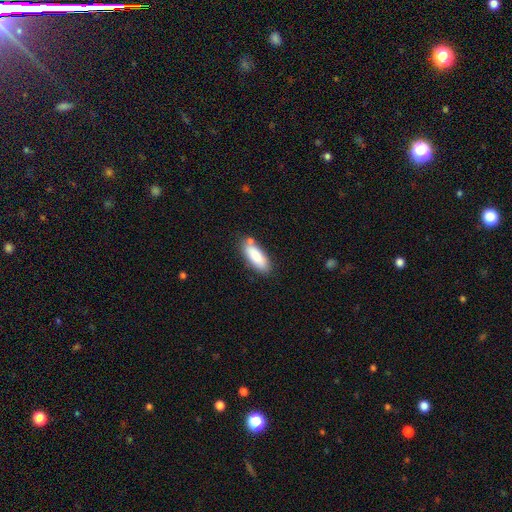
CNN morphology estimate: type=smooth (85%); roundness=in between (71%); merging=none (72%).